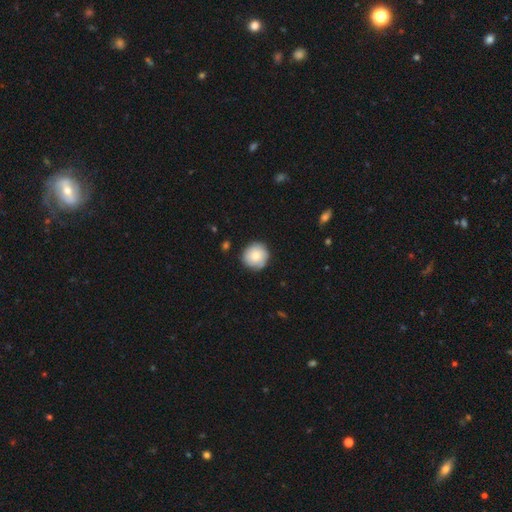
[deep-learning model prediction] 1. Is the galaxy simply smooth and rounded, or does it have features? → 80% smooth, 14% featured or disk, 7% star or artifact.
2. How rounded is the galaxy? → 92% round, 7% in between, 1% cigar-shaped.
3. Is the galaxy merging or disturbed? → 84% none, 12% minor disturbance, 2% major disturbance, 1% merger.